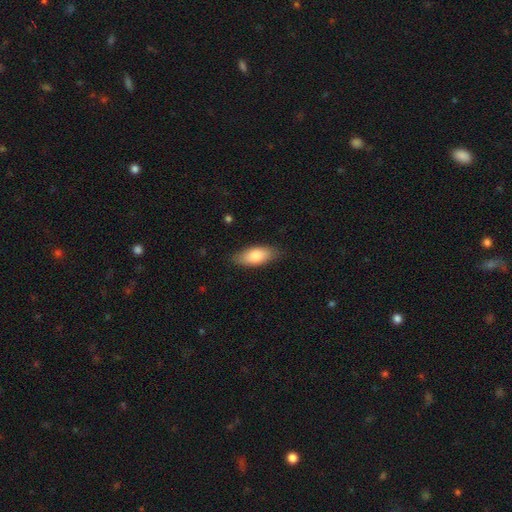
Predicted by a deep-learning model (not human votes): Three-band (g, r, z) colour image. It shows a smooth galaxy with no disk features (81%) that is in between round and cigar-shaped (83%). Merging: none (83%).